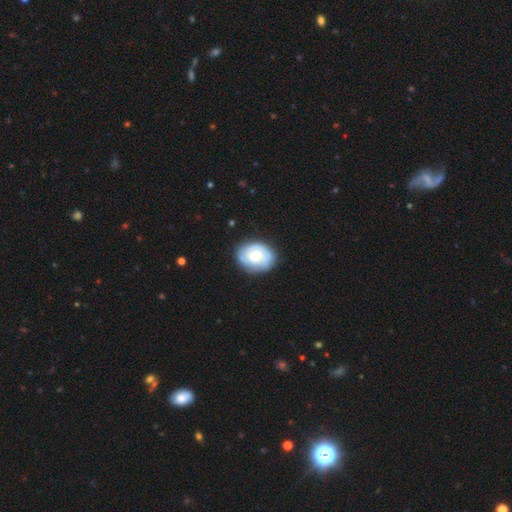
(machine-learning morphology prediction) Smooth or featured: featured or disk — 53% (smooth — 41%)
Edge-on disk: no — 96% (yes — 4%)
Bar: no — 70% (weak — 24%)
Spiral arms: yes — 50% (tied with no — 50%)
Bulge size: moderate — 75% (large — 15%)
Merging: none — 77% (minor disturbance — 17%)